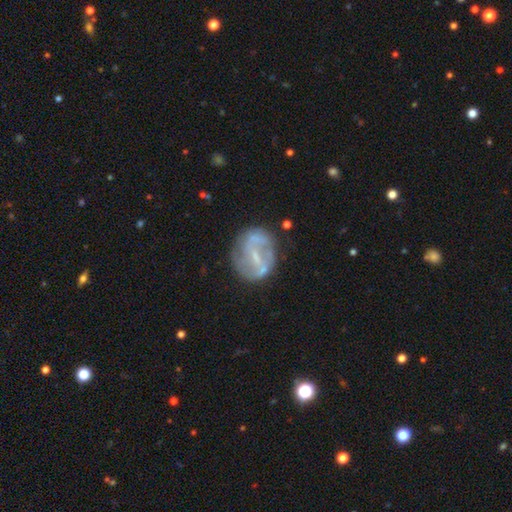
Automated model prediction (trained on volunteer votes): A featured or disk galaxy (74%) with a weak bar (46%), 2 (73%) medium (41%) spiral arms (72%) and a small central bulge (56%). Merging: none (66%).